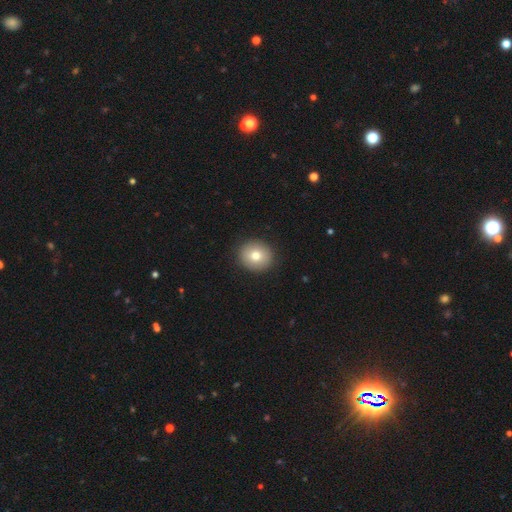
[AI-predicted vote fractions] Overall: smooth (77%). How rounded: round (85%). Merging: none (91%).